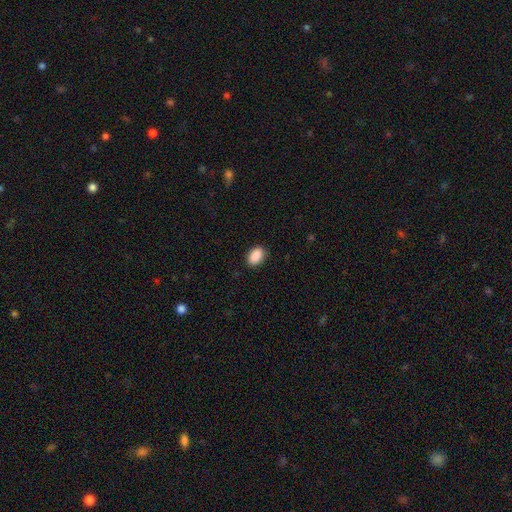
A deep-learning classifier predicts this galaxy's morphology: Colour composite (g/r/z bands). It shows a smooth galaxy with no disk features (90%) that is in between round and cigar-shaped (89%). Merging: none (88%).